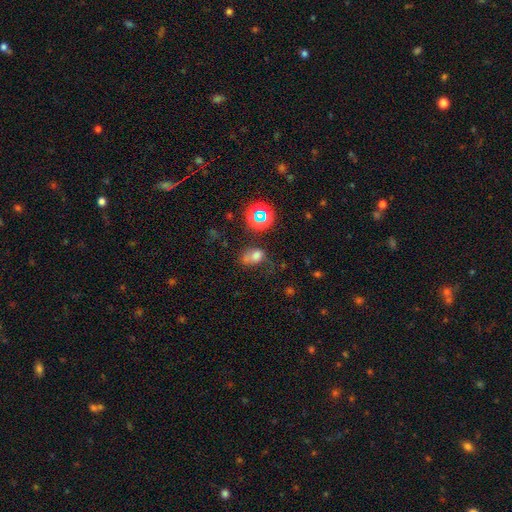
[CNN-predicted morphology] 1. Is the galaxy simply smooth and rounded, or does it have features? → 64% smooth, 21% star or artifact, 15% featured or disk.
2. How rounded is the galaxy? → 64% in between, 35% round, 2% cigar-shaped.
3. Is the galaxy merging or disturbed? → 36% none, 26% minor disturbance, 24% major disturbance, 14% merger.